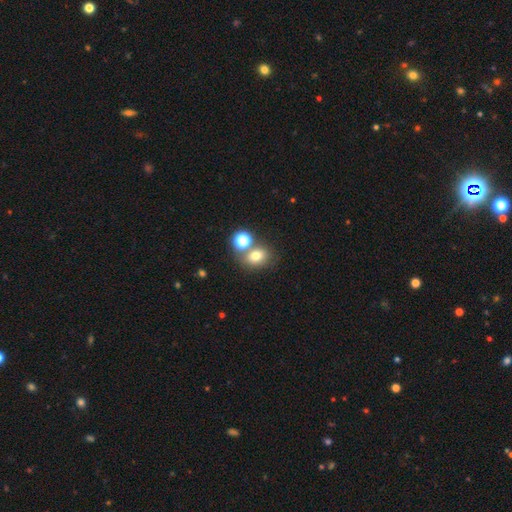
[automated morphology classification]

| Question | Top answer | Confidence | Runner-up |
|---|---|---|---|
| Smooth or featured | smooth | 73% | star or artifact (16%) |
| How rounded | round | 55% | in between (44%) |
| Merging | none | 58% | merger (28%) |